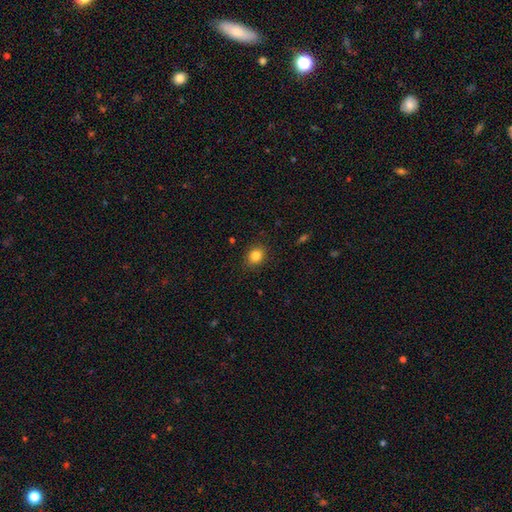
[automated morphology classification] A smooth galaxy with no disk features (83%) that is round (59%).

Vote fractions:
- Smooth or featured? smooth: 83% / star or artifact: 11% / featured or disk: 6%
- How rounded? round: 59% / in between: 40% / cigar-shaped: 1%
- Merging? none: 88% / minor disturbance: 9% / major disturbance: 2% / merger: 1%